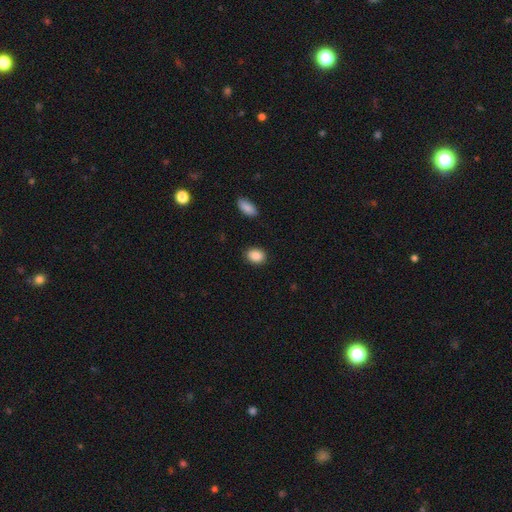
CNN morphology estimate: type=smooth (89%); roundness=in between (61%); merging=none (88%).